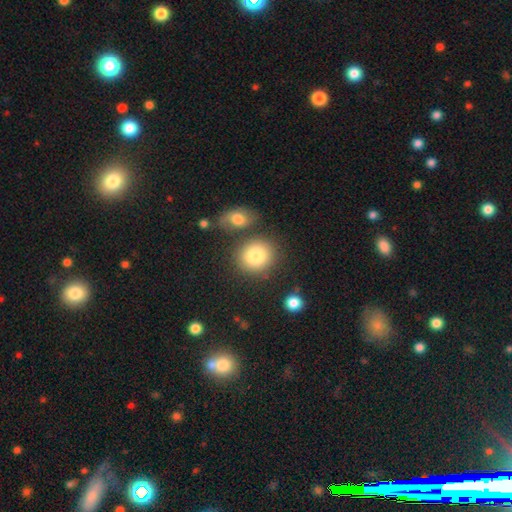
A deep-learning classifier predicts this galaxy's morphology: Q: Smooth or featured?
A: smooth (83%); runner-up: featured or disk (9%)
Q: How rounded?
A: round (81%); runner-up: in between (18%)
Q: Merging?
A: none (72%); runner-up: merger (14%)